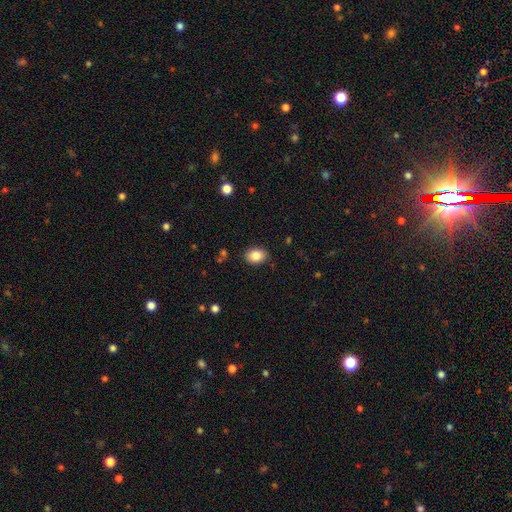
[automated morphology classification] type=smooth (85%); roundness=in between (71%); merging=none (87%).